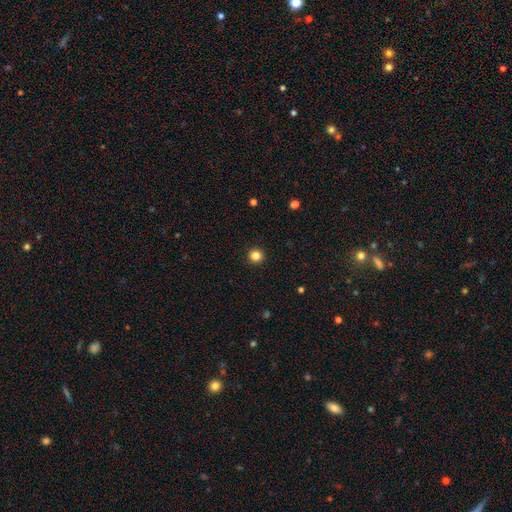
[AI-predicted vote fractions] Q: Smooth or featured?
A: smooth (84%); runner-up: star or artifact (12%)
Q: How rounded?
A: round (95%); runner-up: in between (4%)
Q: Merging?
A: none (94%); runner-up: minor disturbance (4%)